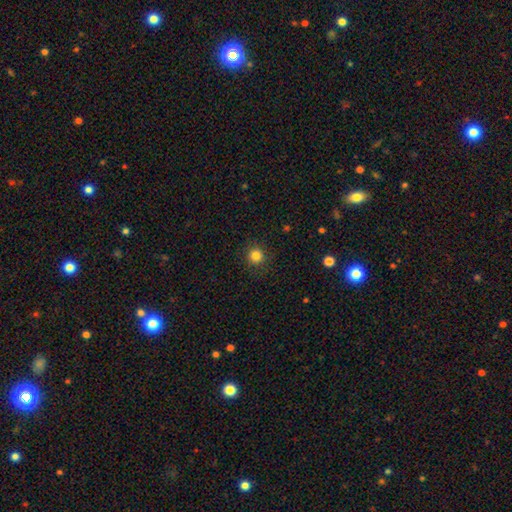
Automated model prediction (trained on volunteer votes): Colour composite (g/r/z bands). It shows a smooth galaxy with no disk features (83%) that is round (94%). Merging: none (89%).